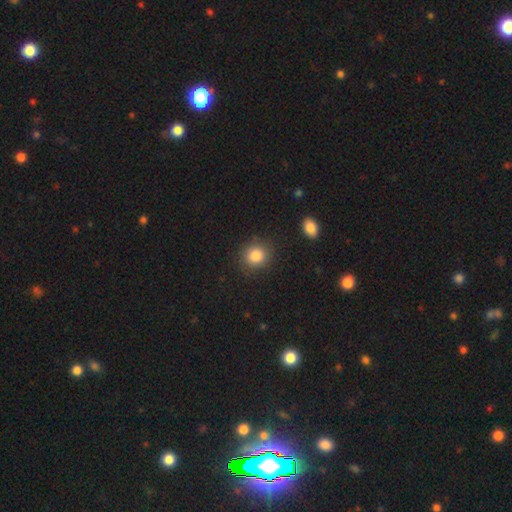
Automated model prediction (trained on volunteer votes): Q: Smooth or featured?
A: smooth (85%); runner-up: star or artifact (10%)
Q: How rounded?
A: round (80%); runner-up: in between (19%)
Q: Merging?
A: none (87%); runner-up: minor disturbance (9%)